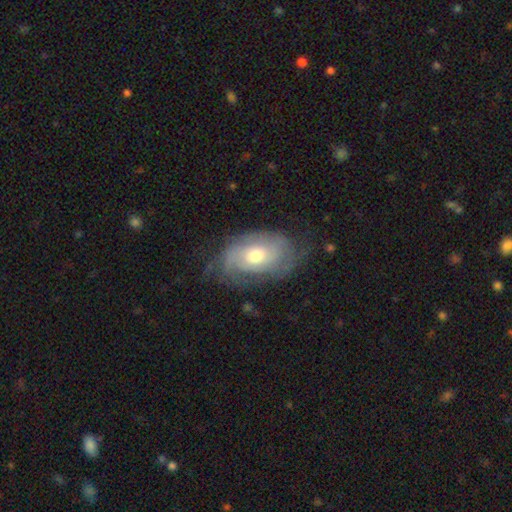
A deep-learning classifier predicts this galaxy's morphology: smooth_or_featured: featured or disk (p=0.65) [alt: smooth p=0.28]
disk_edge_on: no (p=0.94) [alt: yes p=0.06]
bar: no (p=0.78) [alt: weak p=0.19]
has_spiral_arms: yes (p=0.80) [alt: no p=0.20]
bulge_size: moderate (p=0.65) [alt: small p=0.27]
merging: none (p=0.57) [alt: minor disturbance p=0.26]